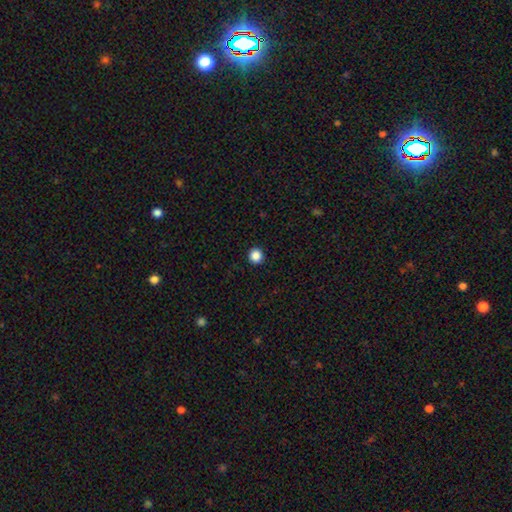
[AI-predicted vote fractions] This is clearly a smooth galaxy (87%). How rounded: clearly round (93%). Merging: clearly none (94%).